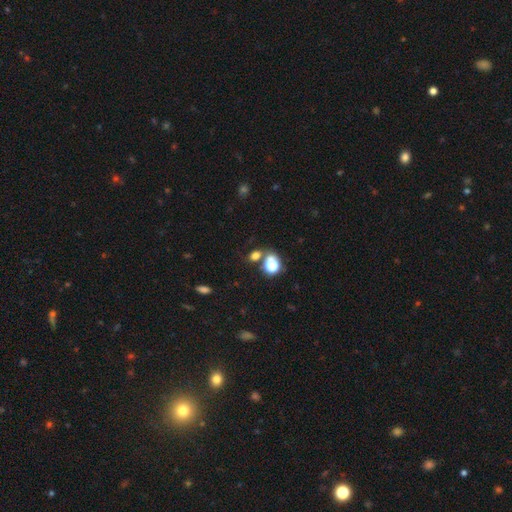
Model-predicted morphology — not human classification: Overall: smooth (66%). How rounded: in between (55%; round 43%). Merging: none (56%; merger 28%).